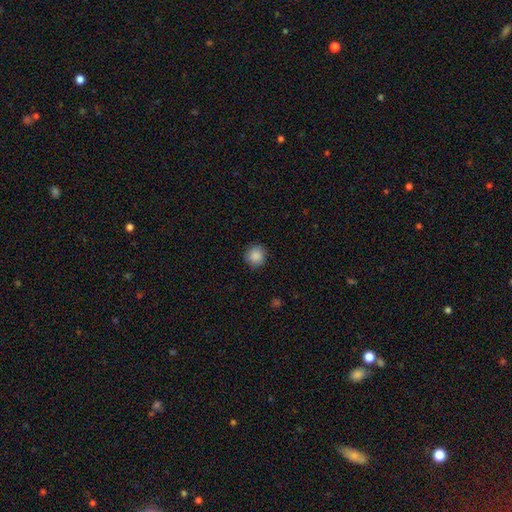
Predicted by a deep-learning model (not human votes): smooth_or_featured: smooth (p=0.88) [alt: star or artifact p=0.08]
how_rounded: round (p=0.93) [alt: in between p=0.06]
merging: none (p=0.88) [alt: minor disturbance p=0.08]